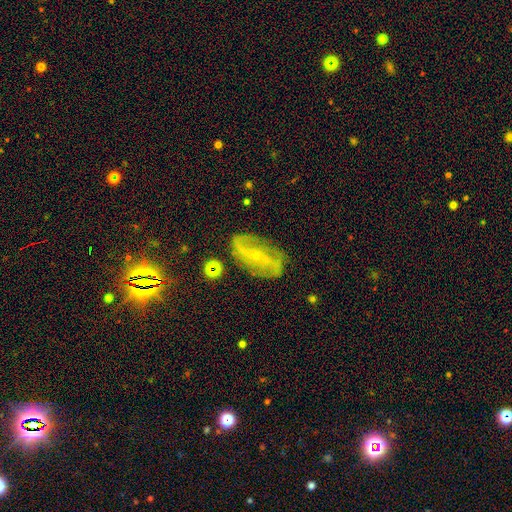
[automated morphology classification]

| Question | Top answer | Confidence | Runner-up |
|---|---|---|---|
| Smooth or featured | featured or disk | 77% | star or artifact (13%) |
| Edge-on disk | no | 92% | yes (8%) |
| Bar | strong | 42% | weak (34%) |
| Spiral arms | yes | 88% | no (12%) |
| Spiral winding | loose | 43% | medium (36%) |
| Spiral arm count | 2 | 76% | can't tell (13%) |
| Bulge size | small | 78% | moderate (17%) |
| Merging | none | 71% | minor disturbance (19%) |